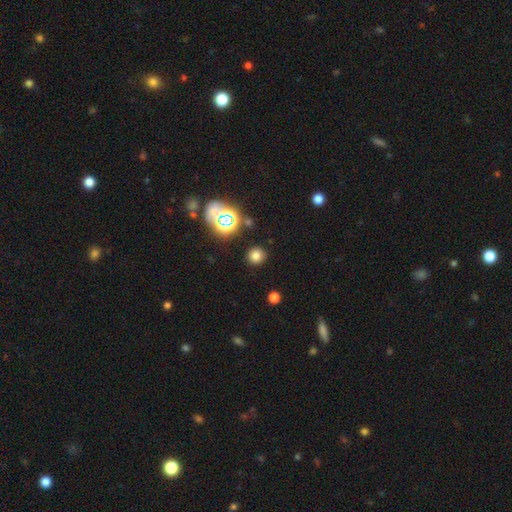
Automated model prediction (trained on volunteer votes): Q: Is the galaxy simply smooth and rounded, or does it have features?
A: smooth — 73%.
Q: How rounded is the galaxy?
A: round — 88%.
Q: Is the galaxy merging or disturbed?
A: none — 88%.